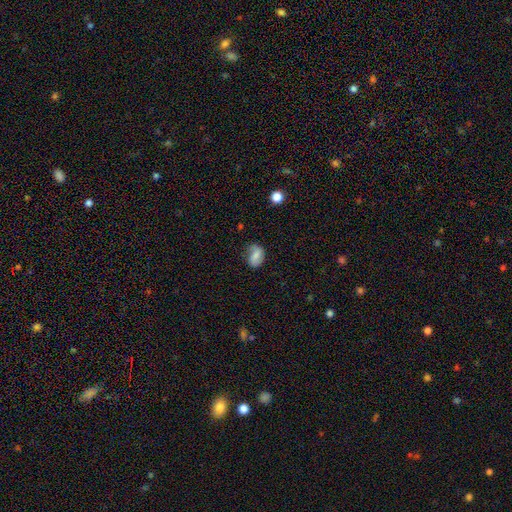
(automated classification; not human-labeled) This is possibly a smooth galaxy (58%). How rounded: likely in between (72%). Merging: likely none (63%).